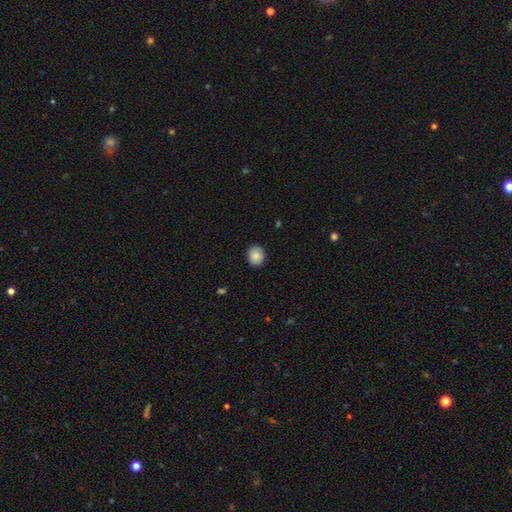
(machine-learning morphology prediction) This is clearly a smooth galaxy (87%). How rounded: likely round (80%). Merging: clearly none (90%).